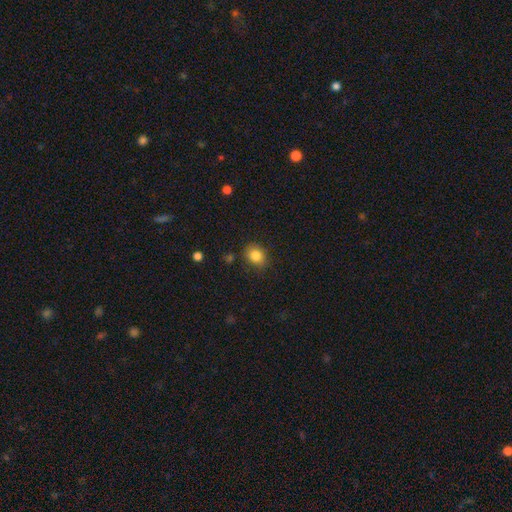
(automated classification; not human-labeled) Smooth or featured? smooth (84%)
How rounded? round (63%)
Merging? none (83%)